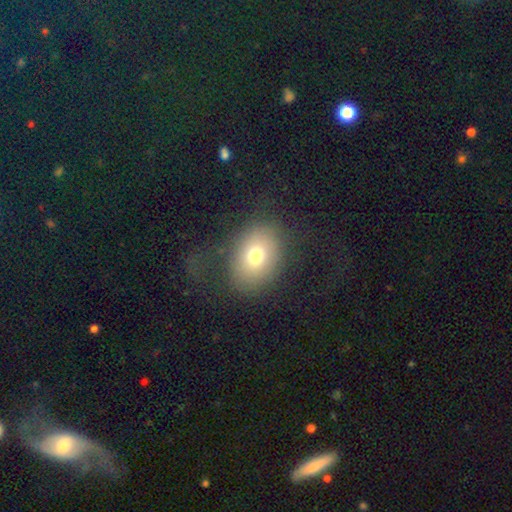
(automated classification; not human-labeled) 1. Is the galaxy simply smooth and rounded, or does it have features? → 72% smooth, 15% featured or disk, 13% star or artifact.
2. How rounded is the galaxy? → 59% in between, 40% round, 1% cigar-shaped.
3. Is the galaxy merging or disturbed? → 67% none, 16% major disturbance, 15% minor disturbance, 2% merger.